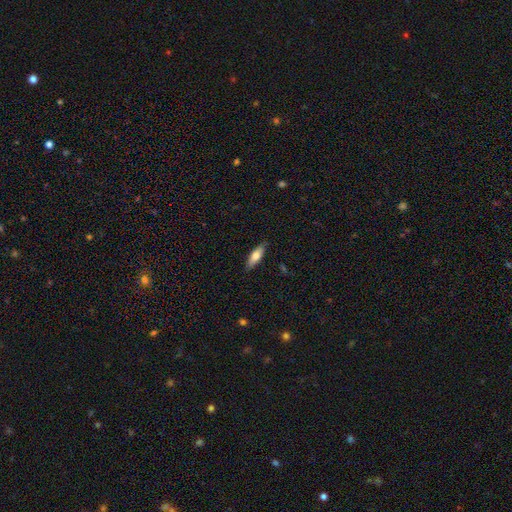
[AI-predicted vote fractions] Overall: smooth (69%). How rounded: in between (55%; cigar-shaped 43%). Merging: none (86%).